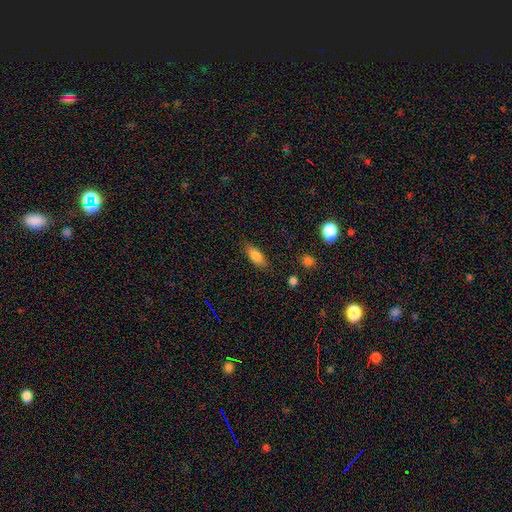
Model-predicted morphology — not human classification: Smooth or featured?
  - smooth: 83% *
  - featured or disk: 9%
  - star or artifact: 8%
How rounded?
  - in between: 73% *
  - cigar-shaped: 24%
  - round: 3%
Merging?
  - none: 83% *
  - minor disturbance: 13%
  - major disturbance: 3%
  - merger: 2%